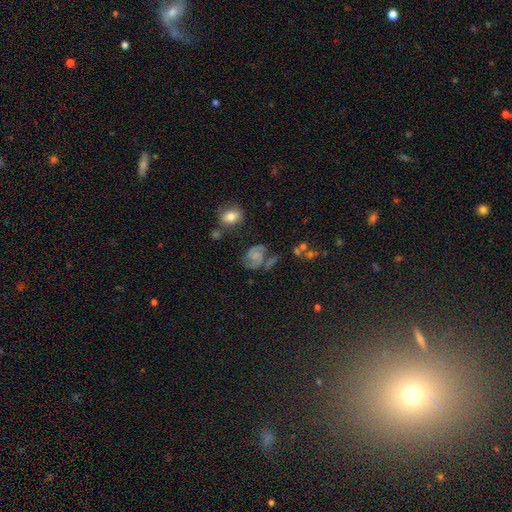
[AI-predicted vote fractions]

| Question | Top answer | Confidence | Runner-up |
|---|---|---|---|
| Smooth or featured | featured or disk | 66% | smooth (24%) |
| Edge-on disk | no | 98% | yes (2%) |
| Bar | no | 67% | weak (27%) |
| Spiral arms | yes | 90% | no (10%) |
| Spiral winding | medium | 48% | tight (32%) |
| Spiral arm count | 2 | 81% | can't tell (8%) |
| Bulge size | small | 42% | none (32%) |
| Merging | none | 50% | minor disturbance (23%) |